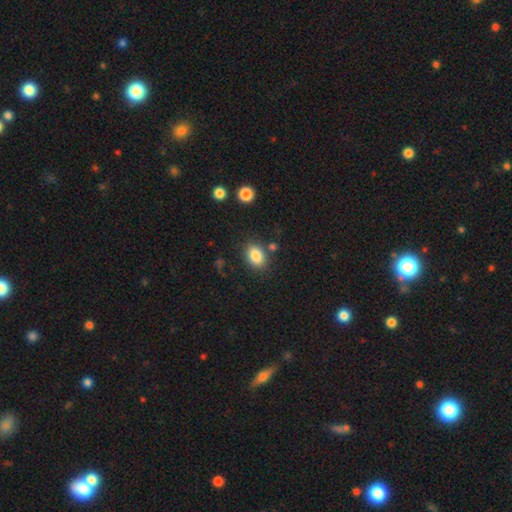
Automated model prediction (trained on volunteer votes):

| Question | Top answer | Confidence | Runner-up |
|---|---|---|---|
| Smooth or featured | smooth | 85% | star or artifact (9%) |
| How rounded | in between | 80% | round (19%) |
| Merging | none | 80% | minor disturbance (11%) |